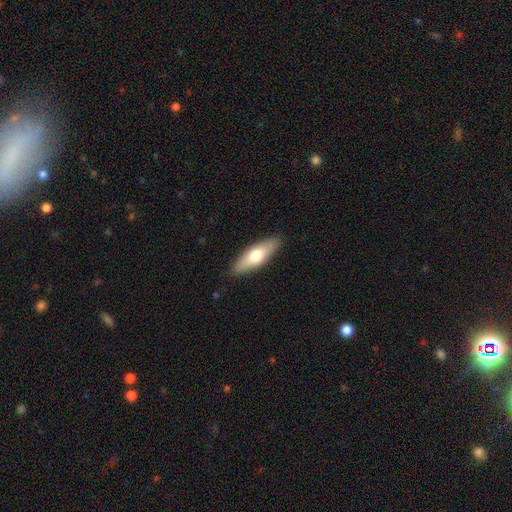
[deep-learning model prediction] smooth 65%, featured or disk 29%, star or artifact 5%. Down the decision tree: how rounded — in between (54%); merging — none (88%).